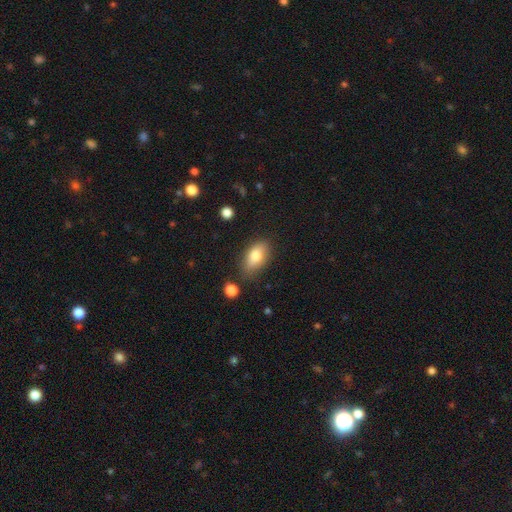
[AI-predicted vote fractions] This is likely a smooth galaxy (78%). How rounded: clearly in between (89%). Merging: likely none (75%).